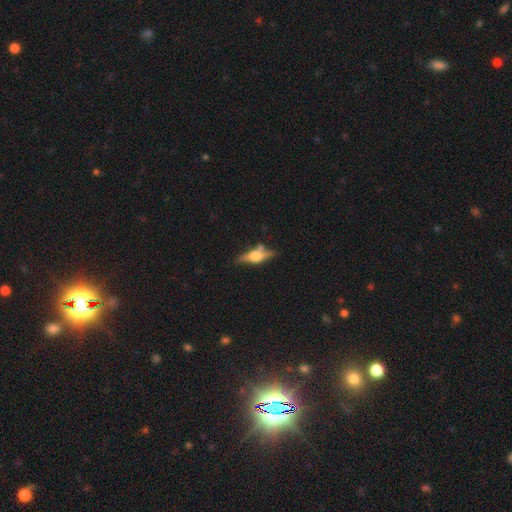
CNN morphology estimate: The model was most divided on "smooth or featured": featured or disk: 62%, smooth: 30%, star or artifact: 7%. More confident: edge-on disk — yes (92%); edge-on bulge — rounded (92%); merging — none (69%).